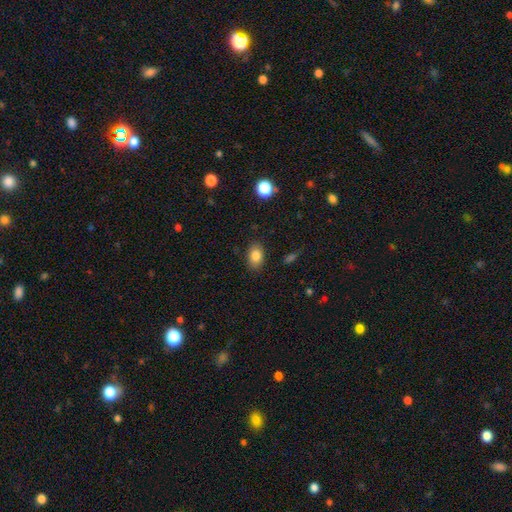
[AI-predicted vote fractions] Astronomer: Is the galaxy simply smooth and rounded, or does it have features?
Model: smooth — 84%.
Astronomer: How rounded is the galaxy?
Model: in between — 83%.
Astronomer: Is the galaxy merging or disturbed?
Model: none — 86%.